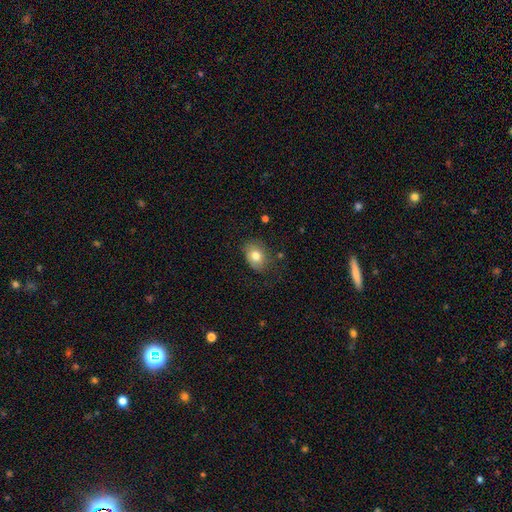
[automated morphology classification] Smooth or featured? Predicted: smooth (p=0.78). How rounded? Predicted: in between (p=0.62). Merging? Predicted: none (p=0.74).